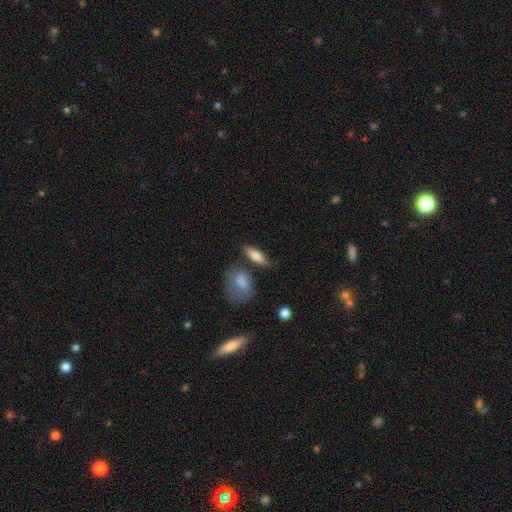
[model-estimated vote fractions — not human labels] A smooth galaxy with no disk features (76%) that is in between round and cigar-shaped (53%). Merging: none (73%).